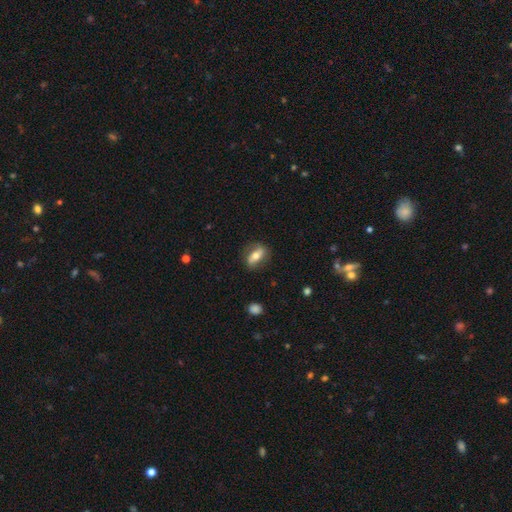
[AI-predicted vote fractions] Morphology: type=featured or disk (47%); merging=none (77%).